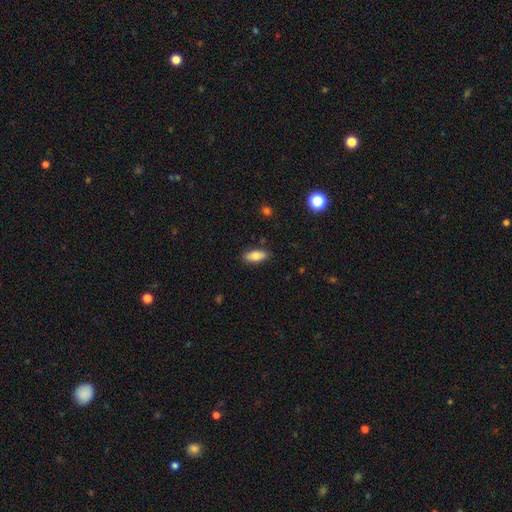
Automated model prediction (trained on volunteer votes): Q: Smooth or featured?
A: smooth (78%); runner-up: featured or disk (15%)
Q: How rounded?
A: in between (81%); runner-up: cigar-shaped (16%)
Q: Merging?
A: none (86%); runner-up: minor disturbance (11%)